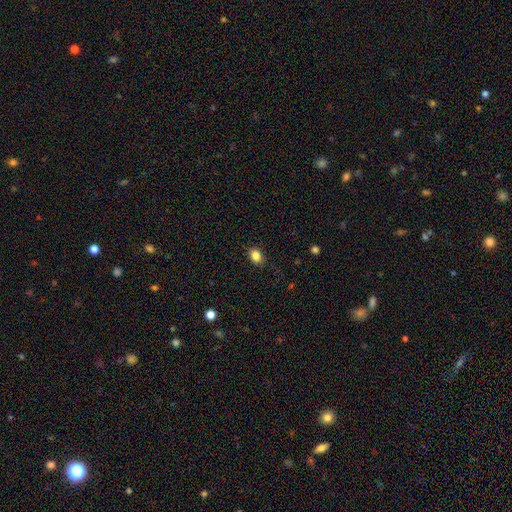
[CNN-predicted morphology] This is clearly a smooth galaxy (84%). How rounded: likely in between (65%). Merging: clearly none (83%).